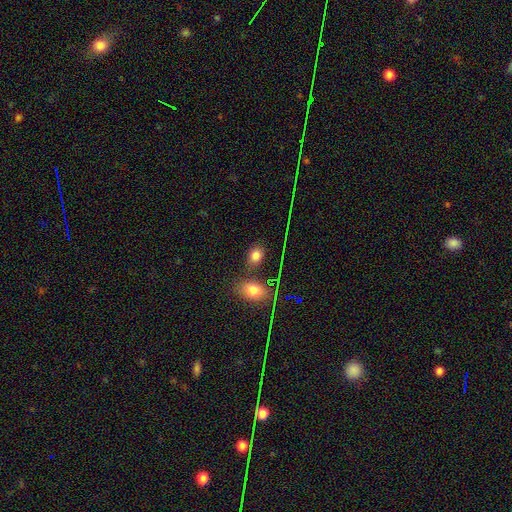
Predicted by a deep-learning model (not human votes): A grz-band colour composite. It shows a smooth galaxy with no disk features (74%) that is in between round and cigar-shaped (63%). Merging: none (73%).